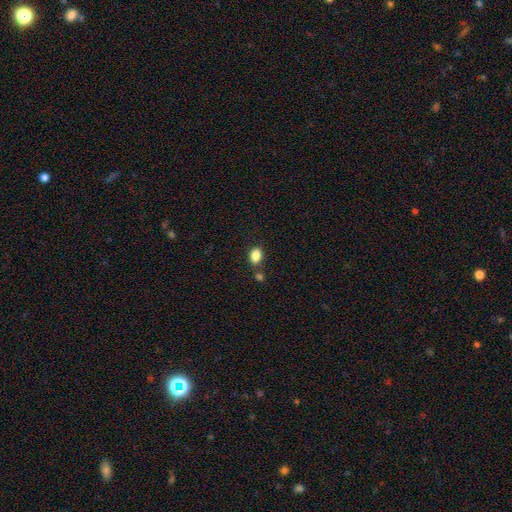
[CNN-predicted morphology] The model was most divided on "merging": none: 67%, merger: 16%, minor disturbance: 13%, major disturbance: 4%. More confident: smooth or featured — smooth (85%); how rounded — in between (78%).